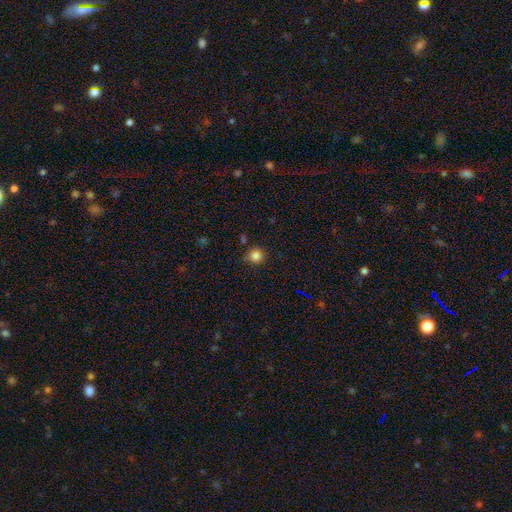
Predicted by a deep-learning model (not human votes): A smooth galaxy with no disk features (84%) that is round (92%). Merging: none (78%).